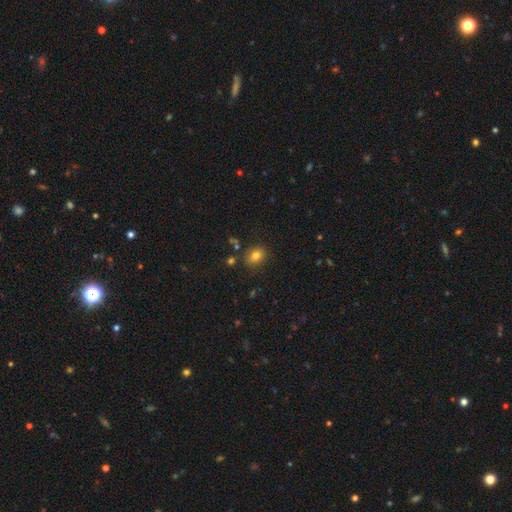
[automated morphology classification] A smooth galaxy with no disk features (79%) that is in between round and cigar-shaped (60%). Merging: none (82%).